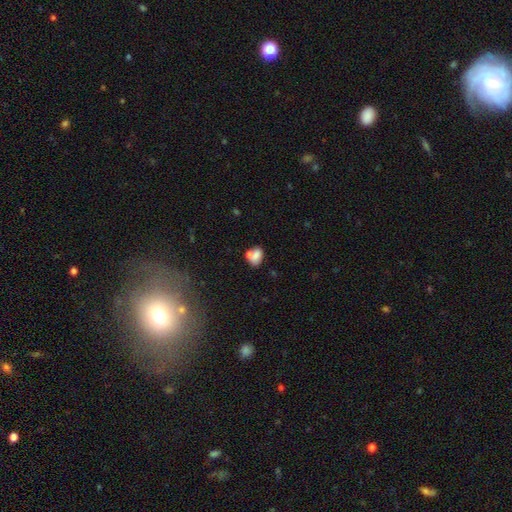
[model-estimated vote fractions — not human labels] The model was most divided on "merging": merger: 43%, none: 35%, minor disturbance: 15%, major disturbance: 7%. More confident: smooth or featured — smooth (74%); how rounded — in between (72%).